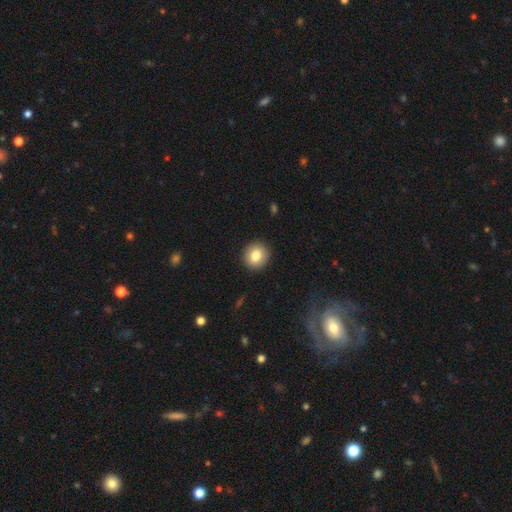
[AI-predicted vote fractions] smooth_or_featured: smooth (p=0.83) [alt: star or artifact p=0.09]
how_rounded: round (p=0.81) [alt: in between p=0.18]
merging: none (p=0.91) [alt: minor disturbance p=0.06]